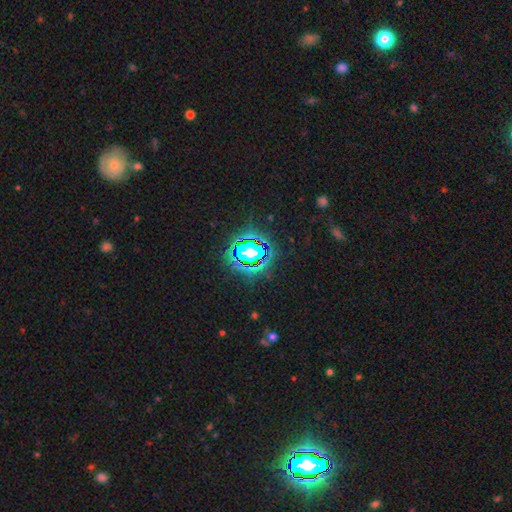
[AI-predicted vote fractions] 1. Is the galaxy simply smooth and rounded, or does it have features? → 83% star or artifact, 10% smooth, 7% featured or disk.